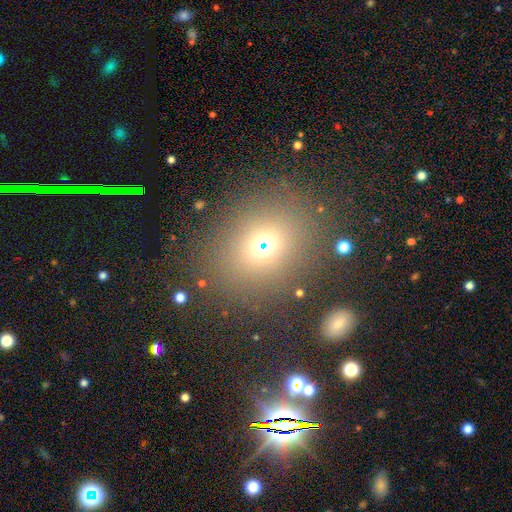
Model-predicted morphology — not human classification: type=smooth (63%); roundness=round (64%); merging=none (78%).